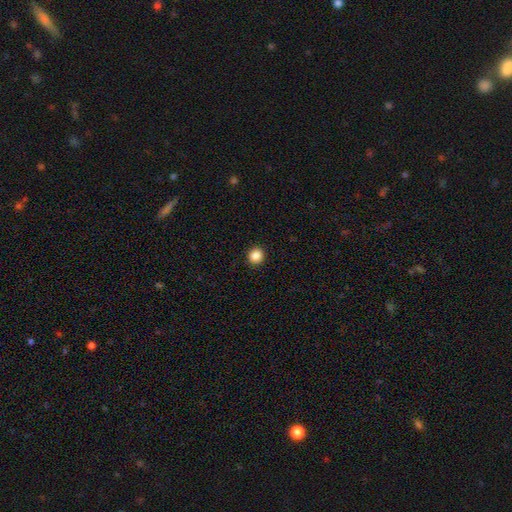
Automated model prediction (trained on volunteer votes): Overall: smooth (88%). How rounded: round (85%). Merging: none (92%).